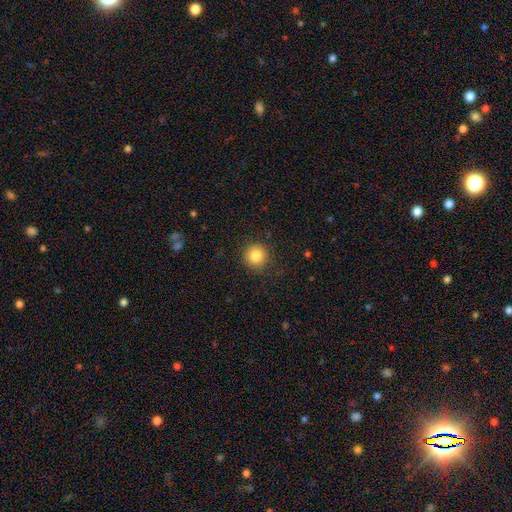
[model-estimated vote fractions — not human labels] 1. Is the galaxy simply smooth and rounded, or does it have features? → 84% smooth, 10% star or artifact, 5% featured or disk.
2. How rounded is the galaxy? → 94% round, 5% in between, 1% cigar-shaped.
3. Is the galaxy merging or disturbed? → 88% none, 8% minor disturbance, 3% major disturbance, 1% merger.